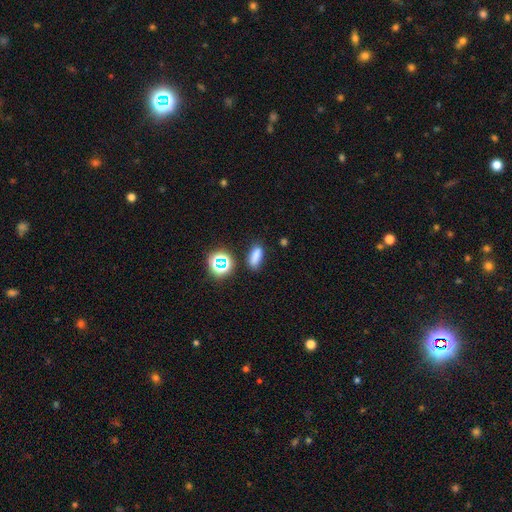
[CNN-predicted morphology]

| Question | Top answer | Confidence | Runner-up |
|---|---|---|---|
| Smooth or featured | smooth | 75% | star or artifact (19%) |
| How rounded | in between | 71% | cigar-shaped (19%) |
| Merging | none | 78% | minor disturbance (14%) |